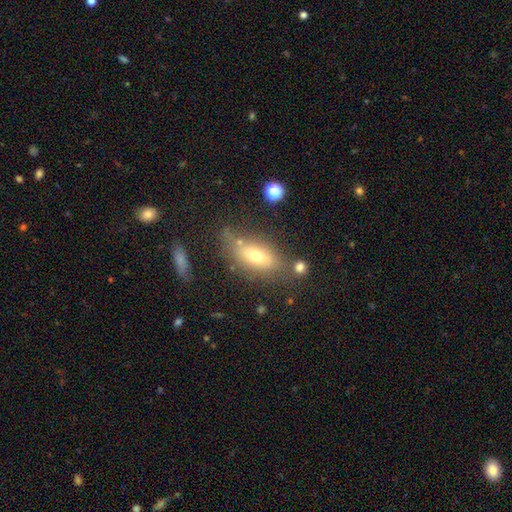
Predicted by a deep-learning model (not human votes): Q: Smooth or featured?
A: smooth (60%); runner-up: featured or disk (29%)
Q: How rounded?
A: in between (78%); runner-up: cigar-shaped (17%)
Q: Merging?
A: none (61%); runner-up: minor disturbance (20%)